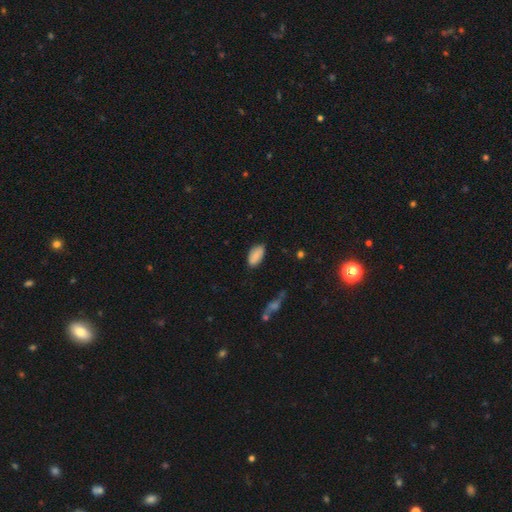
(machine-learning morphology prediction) A smooth galaxy with no disk features (78%) that is in between round and cigar-shaped (94%).

Vote fractions:
- Smooth or featured? smooth: 78% / featured or disk: 15% / star or artifact: 7%
- How rounded? in between: 94% / cigar-shaped: 3% / round: 3%
- Merging? none: 79% / minor disturbance: 16% / major disturbance: 3% / merger: 2%